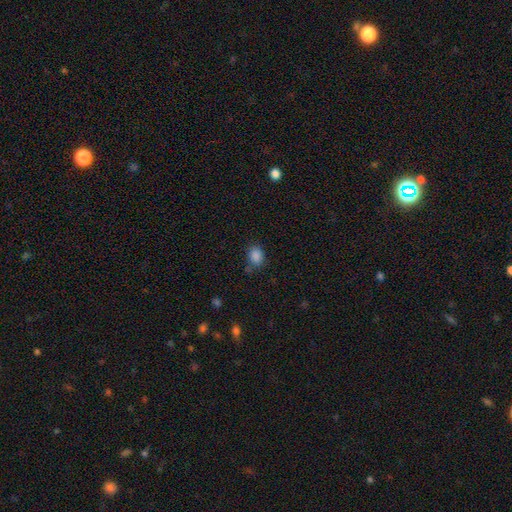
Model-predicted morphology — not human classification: This appears to be a smooth galaxy with no disk features (86%) that is in between round and cigar-shaped (59%). Merging: none (72%).